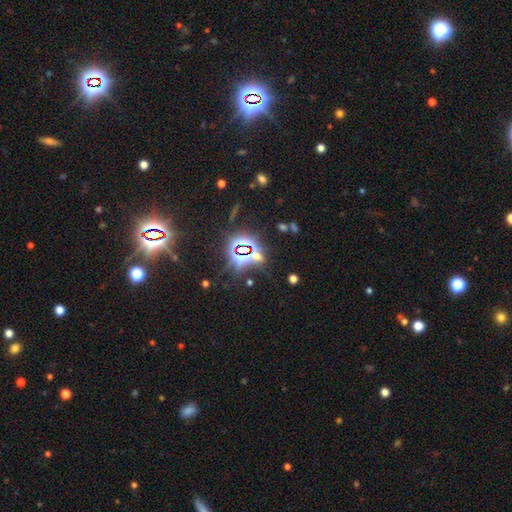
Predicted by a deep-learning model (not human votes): This is likely a star or artifact rather than a galaxy (76%).